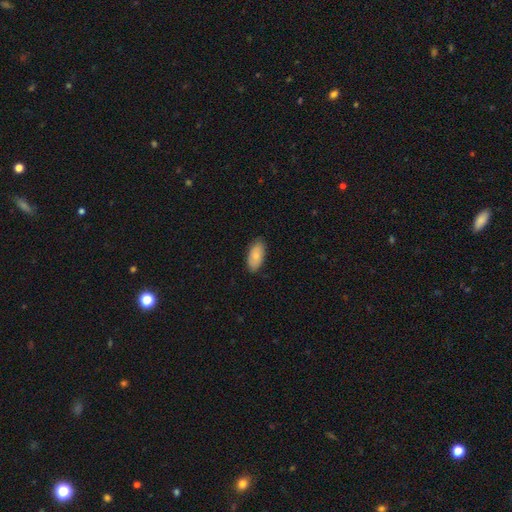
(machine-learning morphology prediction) smooth_or_featured: smooth (p=0.79) [alt: featured or disk p=0.15]
how_rounded: in between (p=0.93) [alt: cigar-shaped p=0.05]
merging: none (p=0.83) [alt: minor disturbance p=0.14]